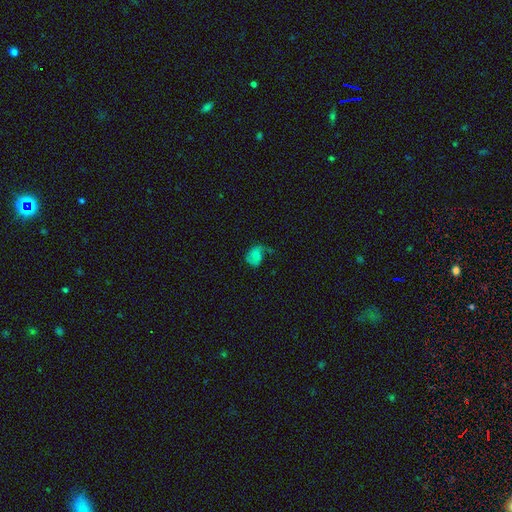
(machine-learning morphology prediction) Overall: smooth (50%; featured or disk 37%). Merging: major disturbance (39%; none 31%).